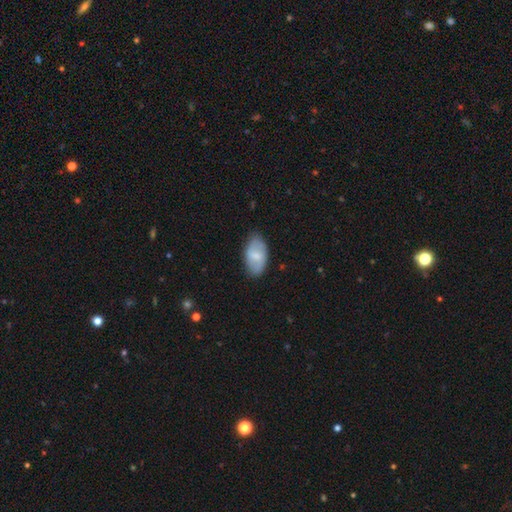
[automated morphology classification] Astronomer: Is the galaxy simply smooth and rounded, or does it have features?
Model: smooth — 64%.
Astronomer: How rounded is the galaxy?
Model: in between — 94%.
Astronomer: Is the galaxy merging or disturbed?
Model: none — 78%.